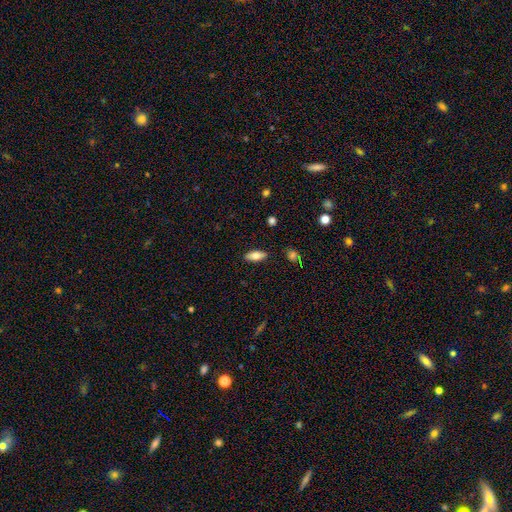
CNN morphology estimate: This is likely a smooth galaxy (77%). How rounded: likely in between (79%). Merging: clearly none (87%).